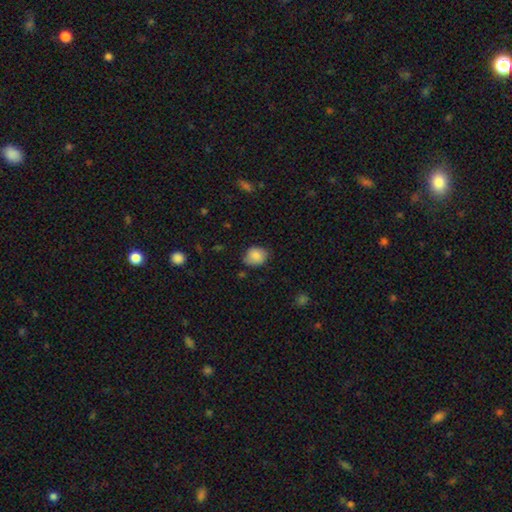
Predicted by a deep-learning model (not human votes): A smooth galaxy with no disk features (83%) that is round (51%). Merging: none (72%).